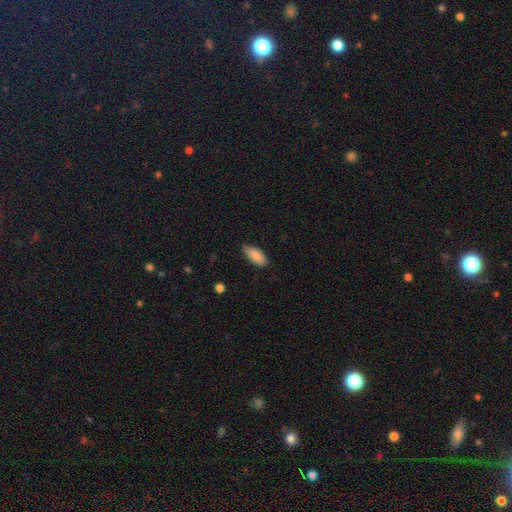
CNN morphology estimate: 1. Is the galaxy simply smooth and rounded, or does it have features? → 87% smooth, 7% featured or disk, 6% star or artifact.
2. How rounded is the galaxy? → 88% in between, 10% cigar-shaped, 2% round.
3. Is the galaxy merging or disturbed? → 78% none, 18% minor disturbance, 2% major disturbance, 1% merger.